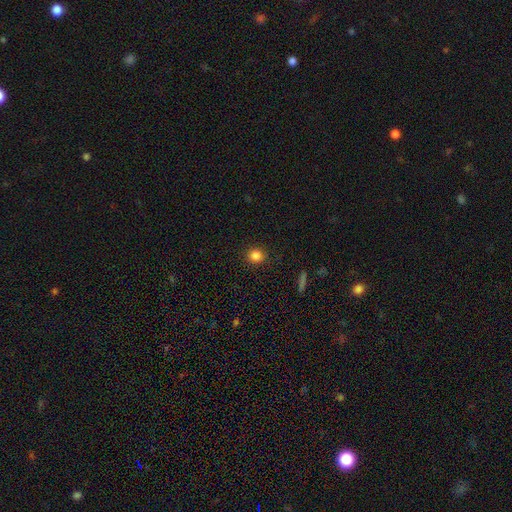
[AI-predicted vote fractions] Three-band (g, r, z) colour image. It shows a smooth galaxy with no disk features (84%) that is round (88%). Merging: none (91%).